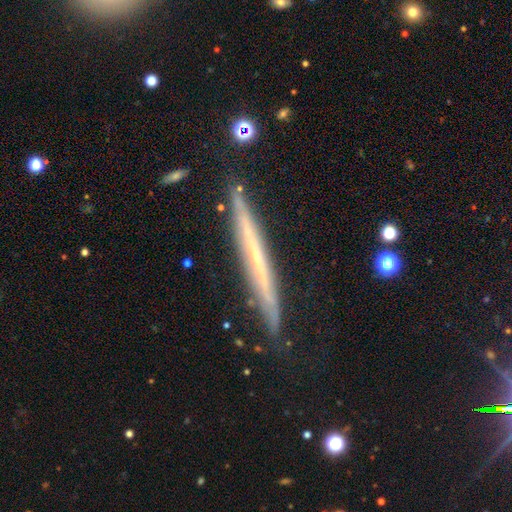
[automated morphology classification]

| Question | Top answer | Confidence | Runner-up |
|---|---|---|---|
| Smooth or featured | featured or disk | 66% | smooth (27%) |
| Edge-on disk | yes | 95% | no (5%) |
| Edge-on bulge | none | 85% | rounded (11%) |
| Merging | none | 85% | minor disturbance (12%) |